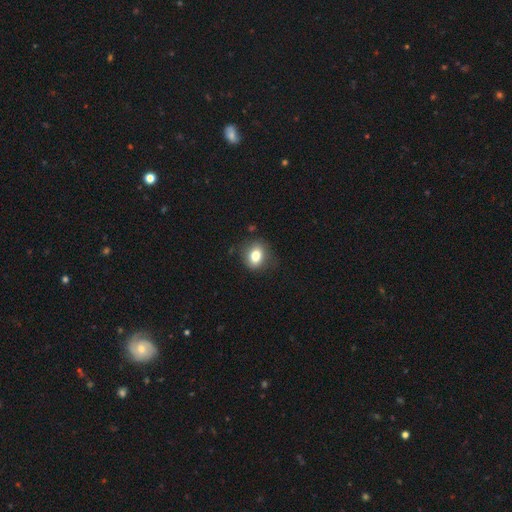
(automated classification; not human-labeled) A smooth galaxy with no disk features (78%) that is round (52%). Merging: none (81%).